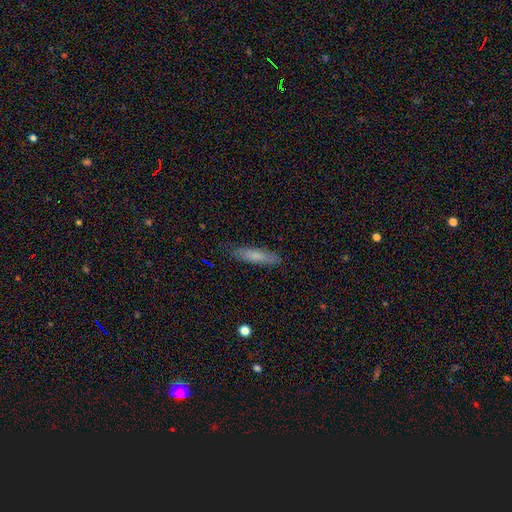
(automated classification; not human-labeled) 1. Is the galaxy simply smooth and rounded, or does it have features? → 71% smooth, 22% featured or disk, 7% star or artifact.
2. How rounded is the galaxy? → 76% cigar-shaped, 23% in between, 2% round.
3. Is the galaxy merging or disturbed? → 83% none, 14% minor disturbance, 2% major disturbance, 1% merger.